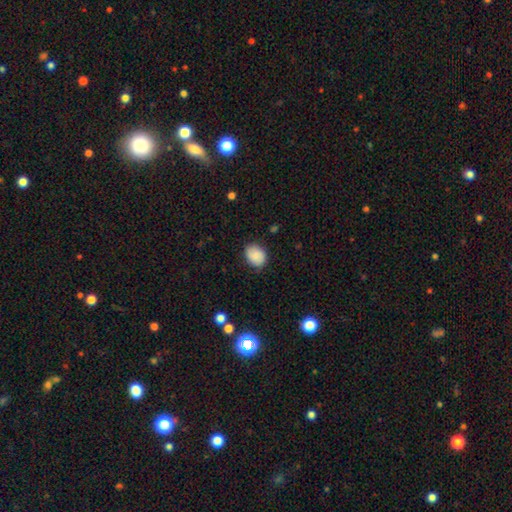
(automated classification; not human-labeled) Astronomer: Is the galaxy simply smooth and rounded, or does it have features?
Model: smooth — 83%.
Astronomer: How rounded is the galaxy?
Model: in between — 59% (runner-up: round, 40%).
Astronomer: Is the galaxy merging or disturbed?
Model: none — 77%.